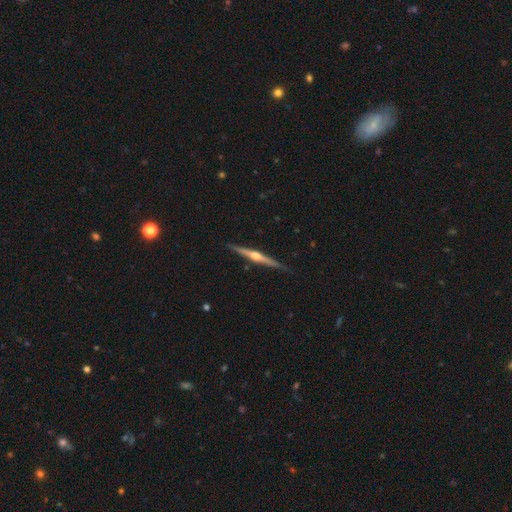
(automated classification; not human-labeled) smooth_or_featured: featured or disk (p=0.80) [alt: smooth p=0.15]
disk_edge_on: yes (p=0.98) [alt: no p=0.02]
edge_on_bulge: rounded (p=0.91) [alt: none p=0.05]
merging: none (p=0.89) [alt: minor disturbance p=0.09]